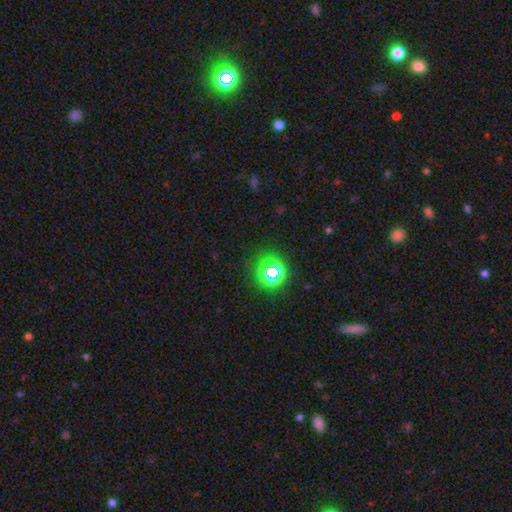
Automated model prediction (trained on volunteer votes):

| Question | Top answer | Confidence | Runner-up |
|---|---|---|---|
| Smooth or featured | smooth | 47% | star or artifact (46%) |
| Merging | none | 89% | minor disturbance (6%) |